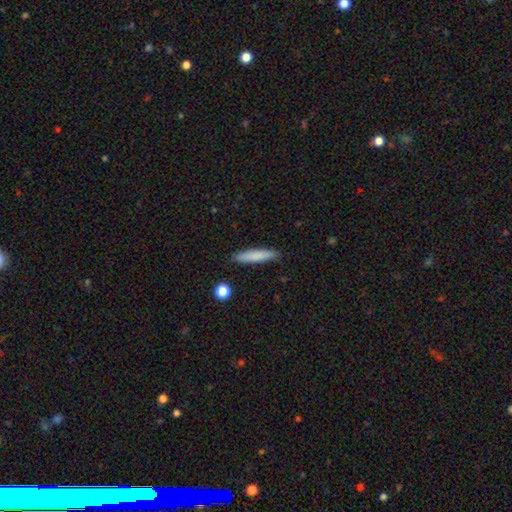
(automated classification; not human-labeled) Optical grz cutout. It shows a smooth galaxy with no disk features (81%) that is cigar-shaped (88%). Merging: none (89%).